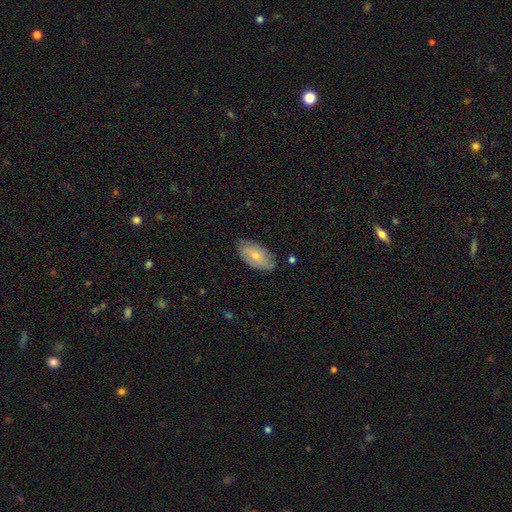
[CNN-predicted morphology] Smooth or featured? Predicted: smooth (p=0.58). How rounded? Predicted: in between (p=0.93). Merging? Predicted: none (p=0.73).